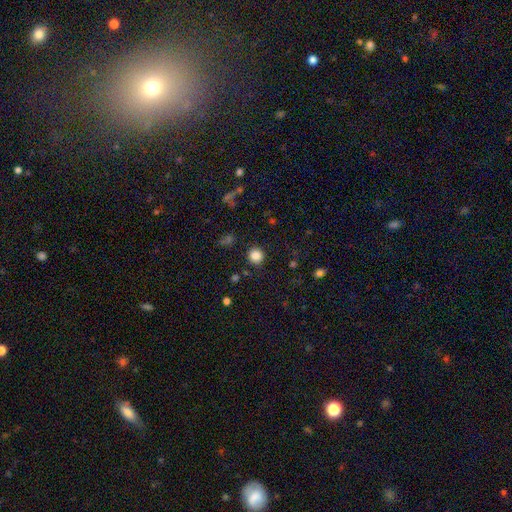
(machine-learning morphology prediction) type=smooth (85%); roundness=round (92%); merging=none (90%).